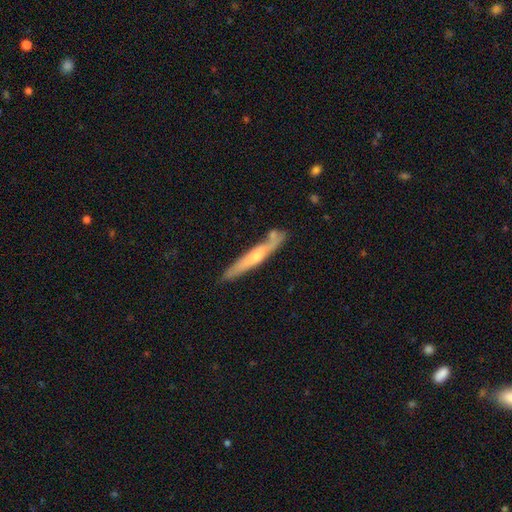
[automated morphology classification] This is possibly a featured or disk galaxy (51%). It is clearly viewed edge-on (91%). Merging: likely none (73%).